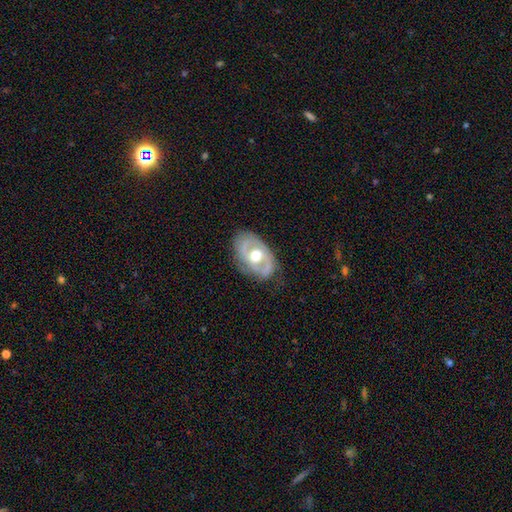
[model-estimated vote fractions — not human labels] The model was most divided on "spiral arms": yes: 58%, no: 42%. More confident: edge-on disk — no (93%); merging — none (73%); smooth or featured — featured or disk (71%); bulge size — moderate (68%); bar — no (65%).